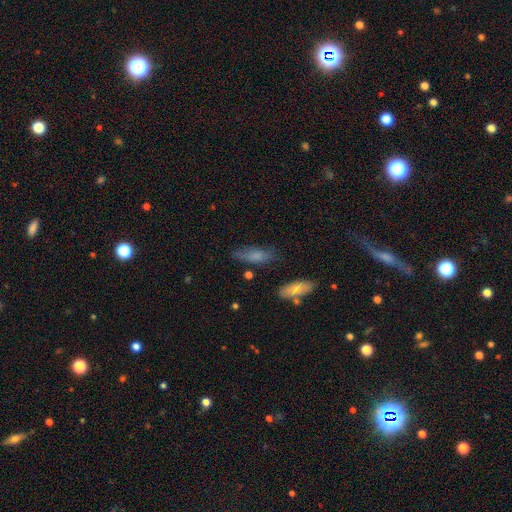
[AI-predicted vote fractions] smooth 70%, featured or disk 21%, star or artifact 9%. Down the decision tree: how rounded — in between (59%); merging — none (64%).